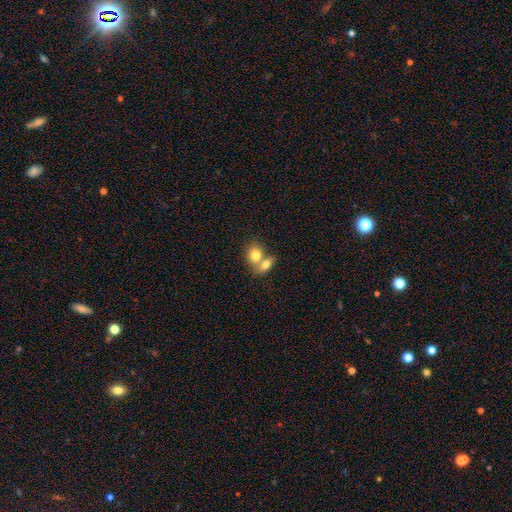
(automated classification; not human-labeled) Smooth or featured? Predicted: smooth (p=0.78). How rounded? Predicted: in between (p=0.51). Merging? Predicted: merger (p=0.66).